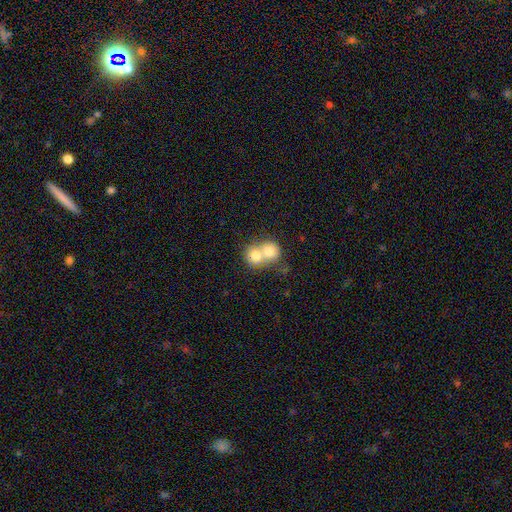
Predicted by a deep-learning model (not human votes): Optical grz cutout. It shows a smooth galaxy with no disk features (74%) that is round (73%). Merging: merger (74%).